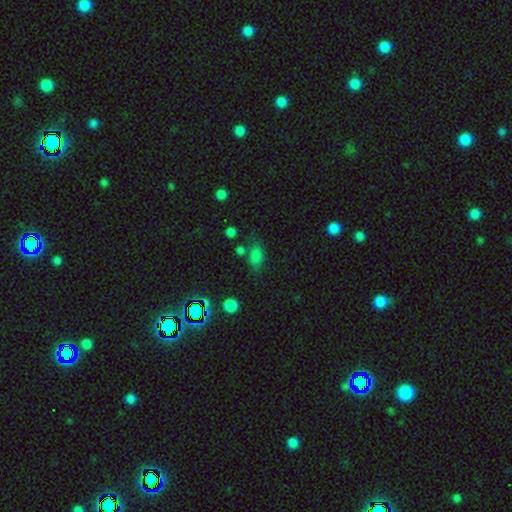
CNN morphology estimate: Q: Smooth or featured?
A: smooth (75%); runner-up: star or artifact (16%)
Q: How rounded?
A: in between (80%); runner-up: round (12%)
Q: Merging?
A: none (60%); runner-up: minor disturbance (21%)